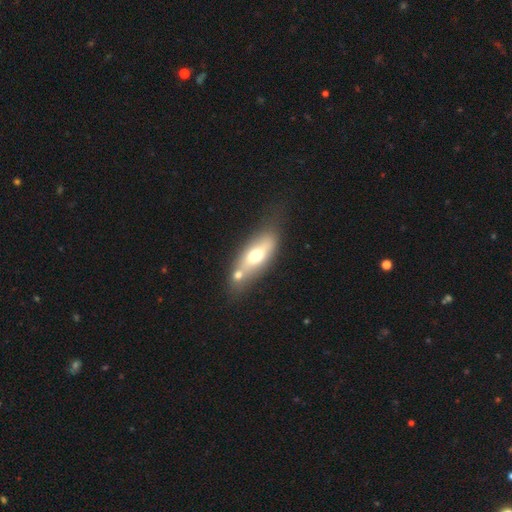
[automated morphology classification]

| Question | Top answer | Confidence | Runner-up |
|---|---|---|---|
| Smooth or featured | smooth | 58% | featured or disk (35%) |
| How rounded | in between | 71% | cigar-shaped (24%) |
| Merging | none | 48% | merger (29%) |